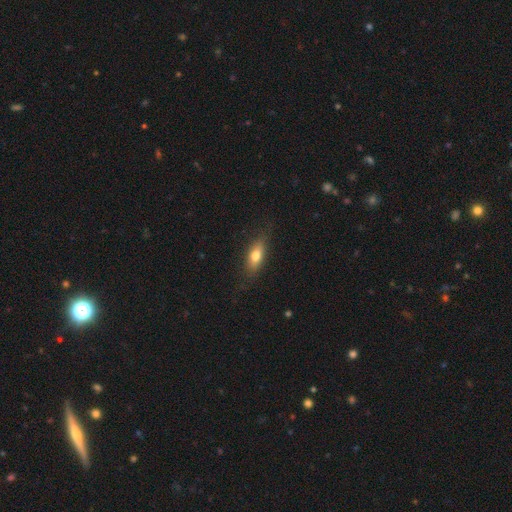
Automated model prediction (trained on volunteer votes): Smooth or featured?
  - smooth: 71% *
  - featured or disk: 21%
  - star or artifact: 8%
How rounded?
  - in between: 70% *
  - cigar-shaped: 25%
  - round: 5%
Merging?
  - none: 79% *
  - minor disturbance: 15%
  - major disturbance: 5%
  - merger: 1%